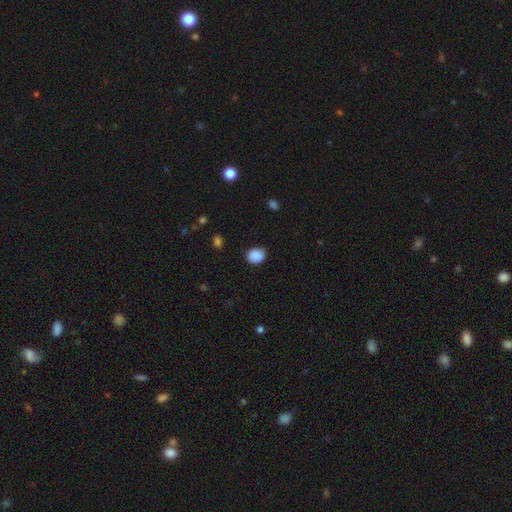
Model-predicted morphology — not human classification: Smooth or featured: smooth — 88% (star or artifact — 8%)
How rounded: round — 68% (in between — 31%)
Merging: none — 85% (minor disturbance — 11%)